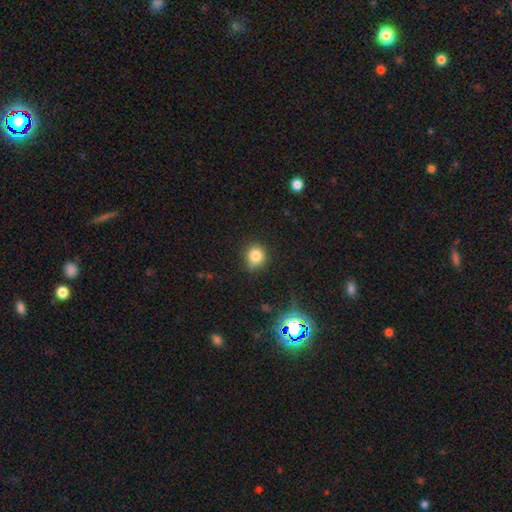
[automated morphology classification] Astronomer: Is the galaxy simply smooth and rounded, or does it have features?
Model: smooth — 79%.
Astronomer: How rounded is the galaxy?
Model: round — 84%.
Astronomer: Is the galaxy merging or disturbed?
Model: none — 72%.